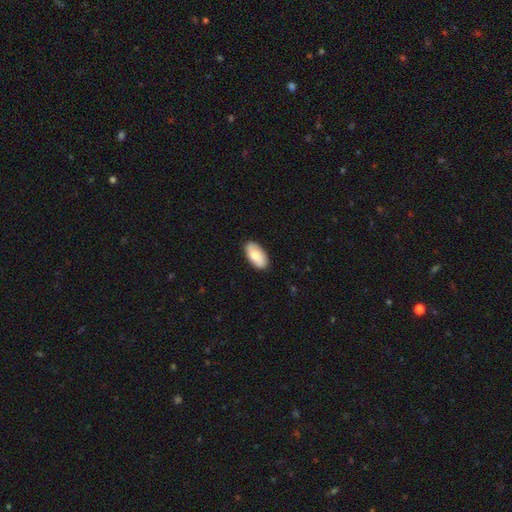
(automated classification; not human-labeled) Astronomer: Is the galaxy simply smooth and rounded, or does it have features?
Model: smooth — 82%.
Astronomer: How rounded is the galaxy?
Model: in between — 94%.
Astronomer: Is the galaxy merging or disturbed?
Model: none — 86%.